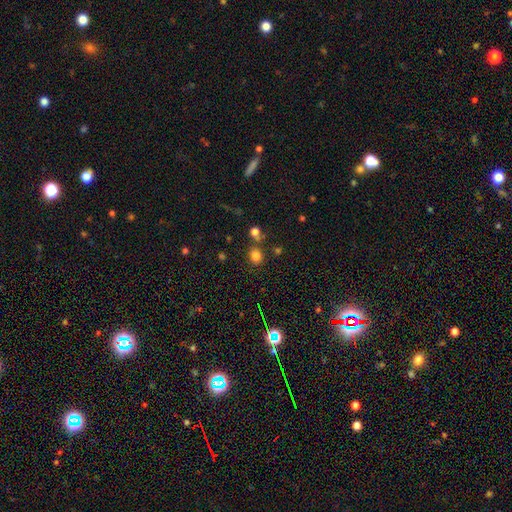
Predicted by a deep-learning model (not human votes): Smooth or featured?
  - smooth: 78% *
  - star or artifact: 17%
  - featured or disk: 6%
How rounded?
  - round: 68% *
  - in between: 31%
  - cigar-shaped: 1%
Merging?
  - none: 74% *
  - merger: 12%
  - minor disturbance: 10%
  - major disturbance: 4%